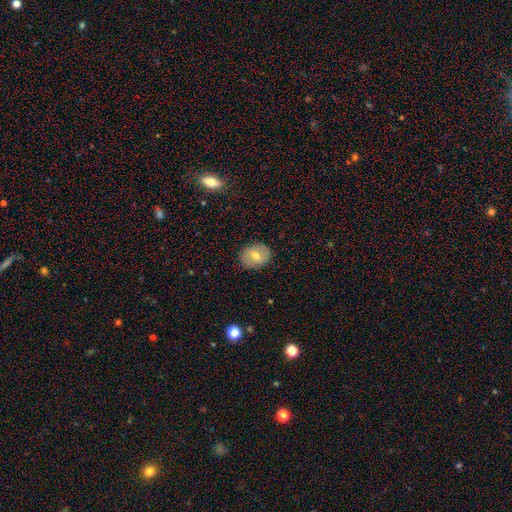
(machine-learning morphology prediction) A smooth galaxy with no disk features (52%) that is round (57%). Merging: none (85%).